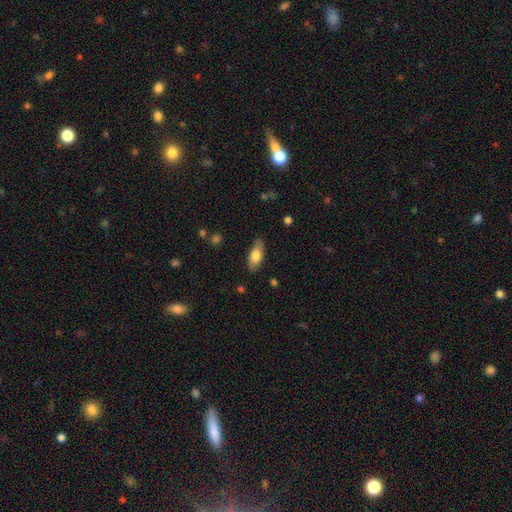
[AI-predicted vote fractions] A smooth galaxy with no disk features (73%) that is in between round and cigar-shaped (83%).

Vote fractions:
- Smooth or featured? smooth: 73% / featured or disk: 21% / star or artifact: 6%
- How rounded? in between: 83% / cigar-shaped: 15% / round: 3%
- Merging? none: 84% / minor disturbance: 12% / major disturbance: 3% / merger: 1%